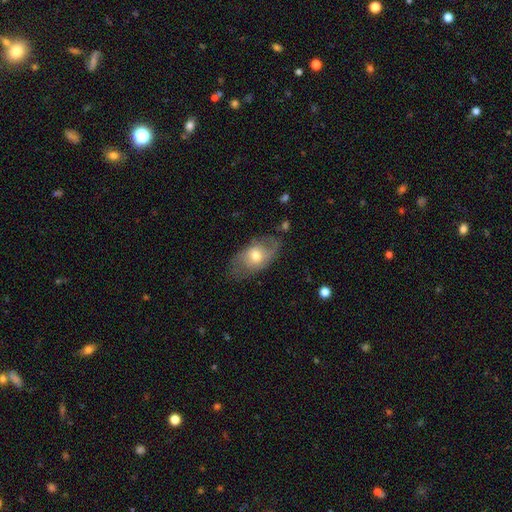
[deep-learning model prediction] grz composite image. It shows a smooth galaxy with no disk features (49%). Merging: none (64%).